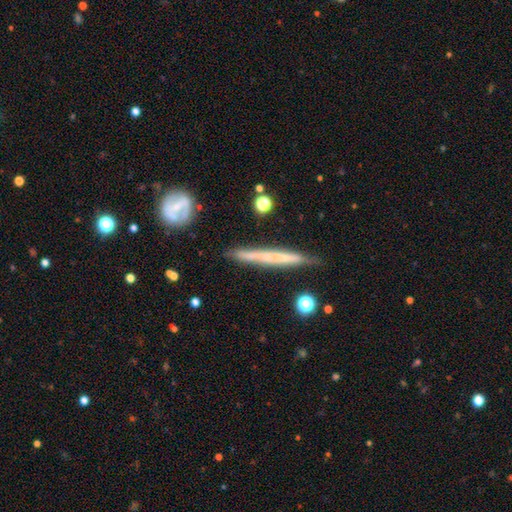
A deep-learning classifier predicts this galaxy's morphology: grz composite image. It shows a featured or disk galaxy (57%) viewed edge-on (92%) with no central bulge (74%). Merging: none (81%).